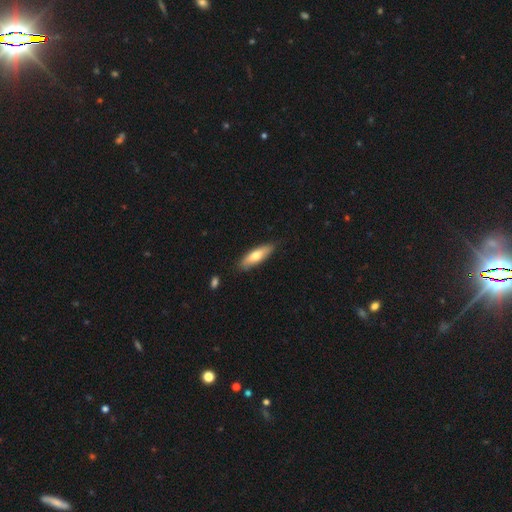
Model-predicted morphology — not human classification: Smooth or featured? smooth (68%)
How rounded? cigar-shaped (53%)
Merging? none (83%)